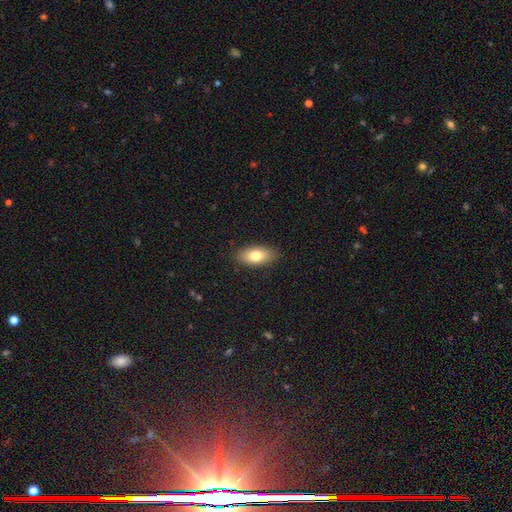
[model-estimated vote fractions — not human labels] Morphology: type=smooth (78%); roundness=in between (88%); merging=none (87%).